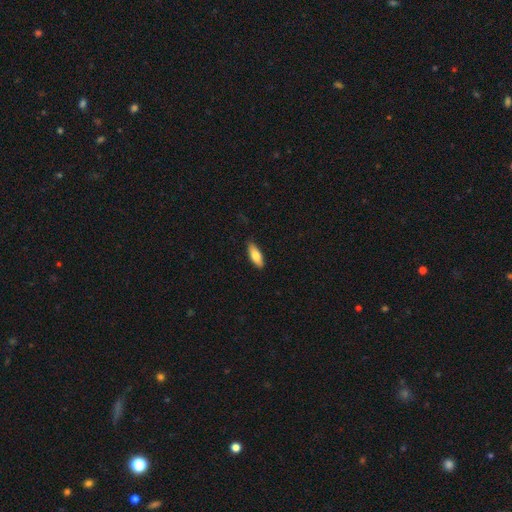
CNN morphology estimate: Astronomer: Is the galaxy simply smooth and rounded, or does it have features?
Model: smooth — 80%.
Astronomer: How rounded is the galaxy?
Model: in between — 70%.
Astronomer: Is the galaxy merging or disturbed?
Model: none — 85%.